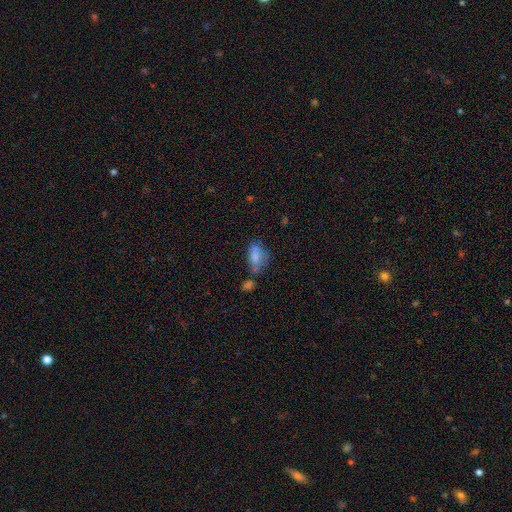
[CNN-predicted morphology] smooth 68%, featured or disk 21%, star or artifact 11%. Down the decision tree: how rounded — in between (85%); merging — none (34%).